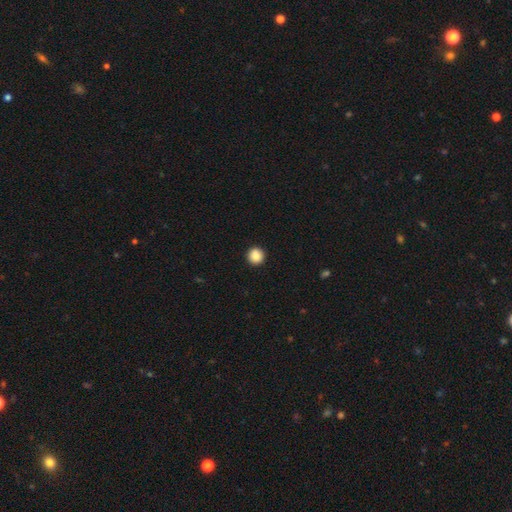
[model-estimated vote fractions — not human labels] Smooth or featured?
  - smooth: 88% *
  - star or artifact: 9%
  - featured or disk: 3%
How rounded?
  - round: 95% *
  - in between: 4%
  - cigar-shaped: 1%
Merging?
  - none: 93% *
  - minor disturbance: 5%
  - major disturbance: 2%
  - merger: 1%